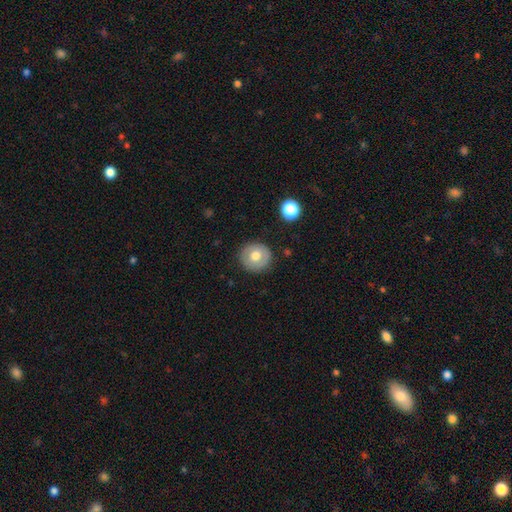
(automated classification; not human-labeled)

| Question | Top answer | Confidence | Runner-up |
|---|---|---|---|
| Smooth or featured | smooth | 68% | featured or disk (23%) |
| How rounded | round | 92% | in between (7%) |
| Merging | none | 88% | minor disturbance (8%) |